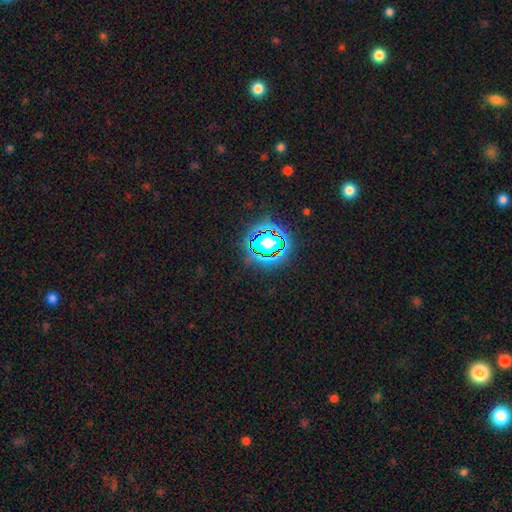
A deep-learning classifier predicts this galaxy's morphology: type=star or artifact (79%).